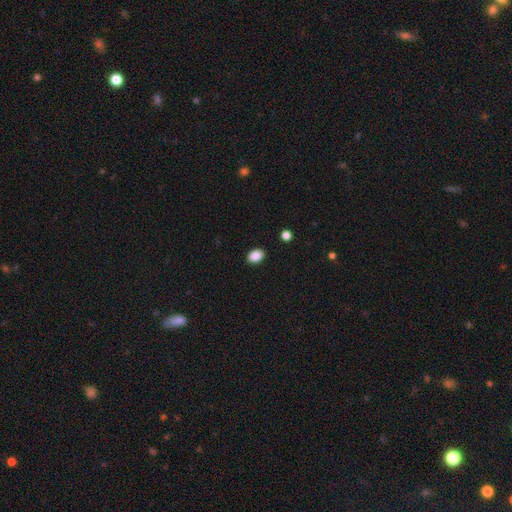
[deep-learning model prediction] This is clearly a smooth galaxy (88%). How rounded: likely in between (77%). Merging: clearly none (89%).